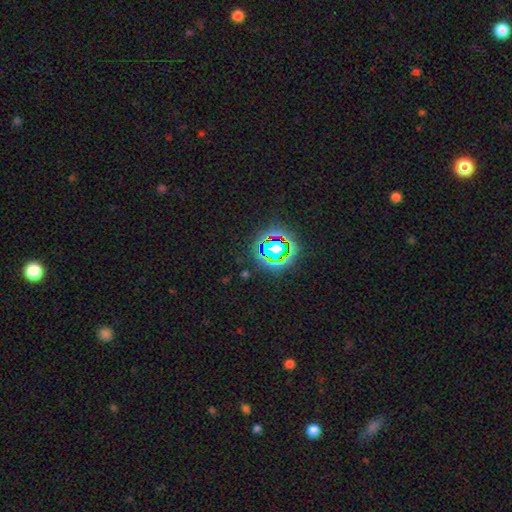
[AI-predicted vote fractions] A star or artifact, not a galaxy (74%).